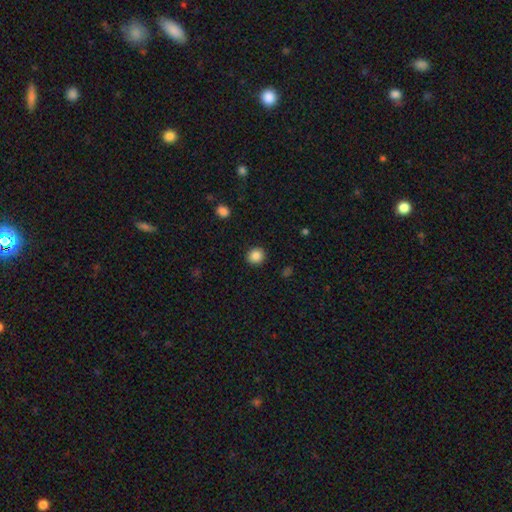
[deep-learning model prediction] A smooth galaxy with no disk features (86%) that is round (89%). Merging: none (92%).